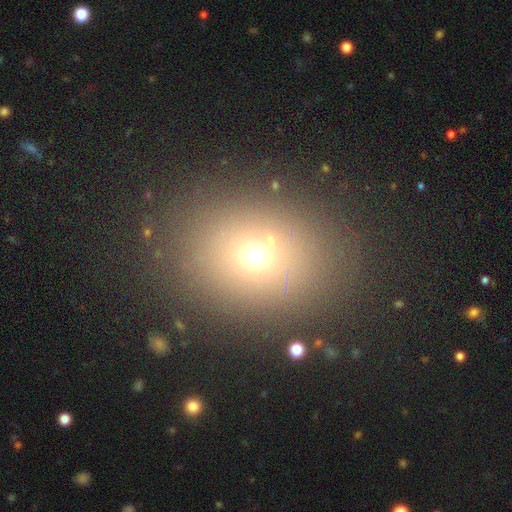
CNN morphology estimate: type=smooth (67%); roundness=in between (50%); merging=none (81%).